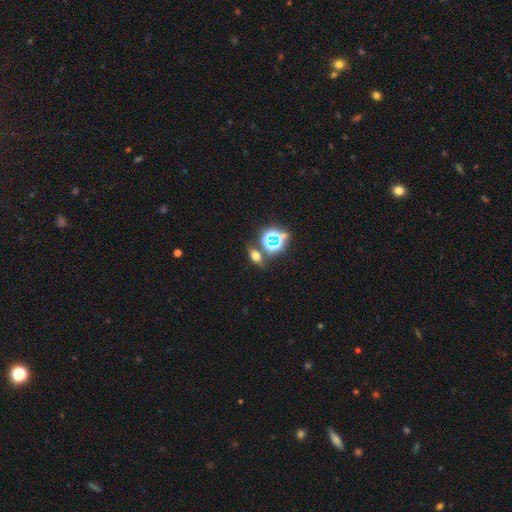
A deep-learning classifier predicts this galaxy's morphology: smooth 52%, star or artifact 35%, featured or disk 13%. Down the decision tree: how rounded — in between (70%); merging — none (74%).